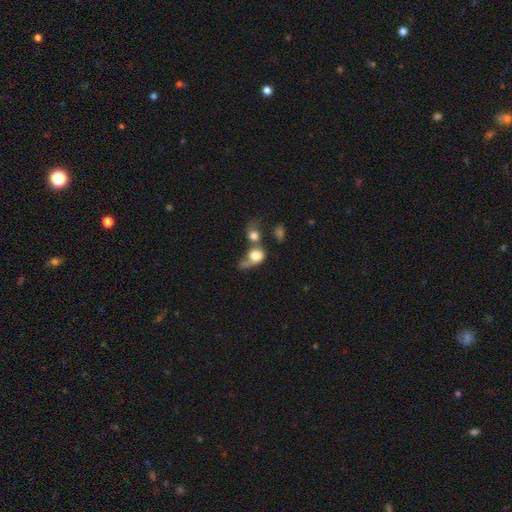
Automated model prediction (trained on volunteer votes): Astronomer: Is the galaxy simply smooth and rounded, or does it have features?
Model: smooth — 70%.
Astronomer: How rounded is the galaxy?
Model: round — 55% (runner-up: in between, 43%).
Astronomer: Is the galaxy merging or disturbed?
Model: merger — 58%.